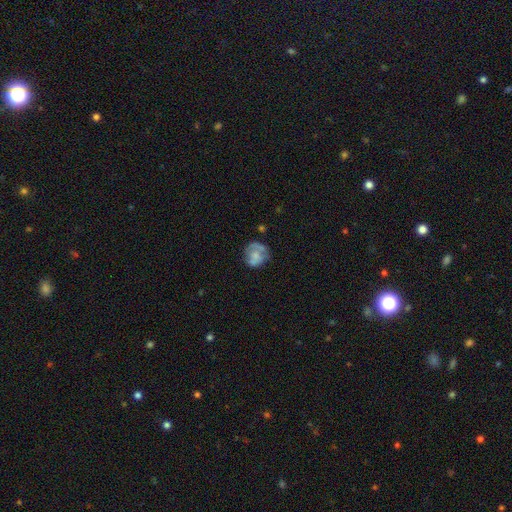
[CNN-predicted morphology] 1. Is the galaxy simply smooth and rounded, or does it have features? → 49% smooth, 43% featured or disk, 9% star or artifact.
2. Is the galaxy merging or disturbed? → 50% none, 26% minor disturbance, 16% major disturbance, 8% merger.